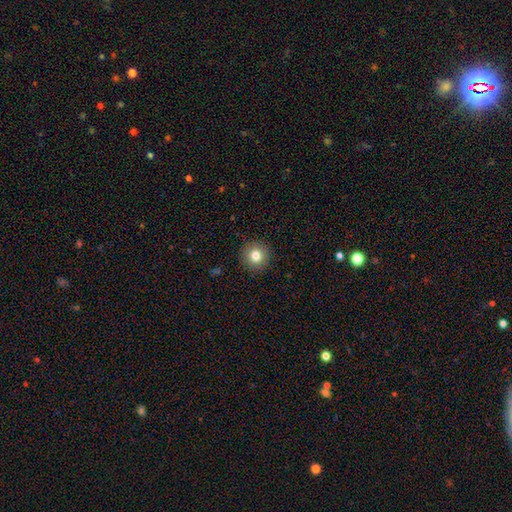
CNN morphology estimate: smooth_or_featured: smooth (p=0.80) [alt: star or artifact p=0.11]
how_rounded: round (p=0.95) [alt: in between p=0.04]
merging: none (p=0.92) [alt: minor disturbance p=0.05]